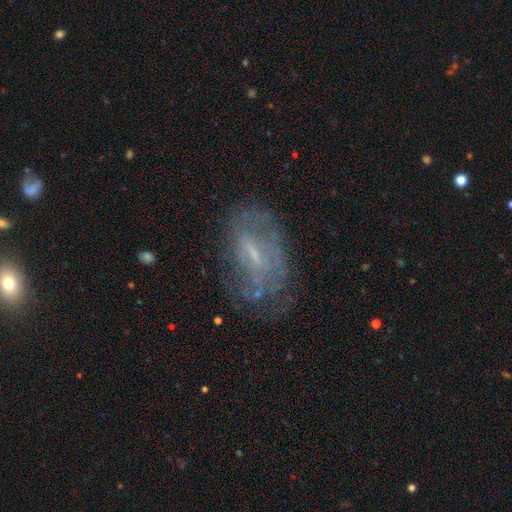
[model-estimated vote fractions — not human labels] Q: Smooth or featured?
A: featured or disk (65%); runner-up: smooth (23%)
Q: Edge-on disk?
A: no (92%); runner-up: yes (8%)
Q: Bar?
A: weak (51%); runner-up: no (32%)
Q: Spiral arms?
A: yes (59%); runner-up: no (41%)
Q: Bulge size?
A: small (58%); runner-up: moderate (22%)
Q: Merging?
A: none (59%); runner-up: minor disturbance (23%)